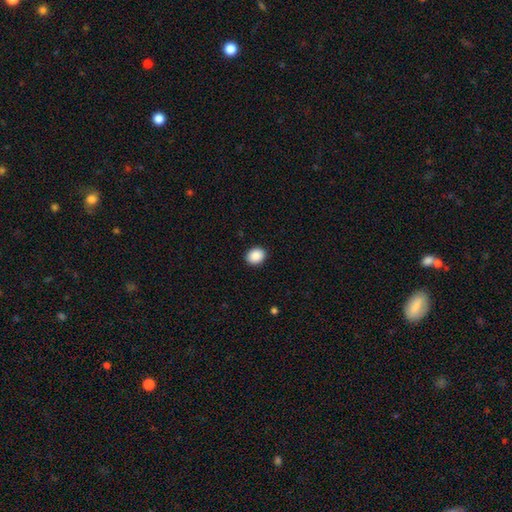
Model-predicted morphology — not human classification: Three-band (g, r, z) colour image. It shows a smooth galaxy with no disk features (89%) that is round (54%). Merging: none (91%).